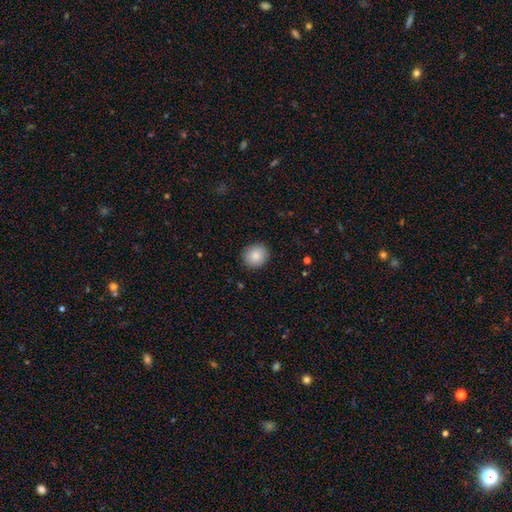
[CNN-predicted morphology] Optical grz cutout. It shows a smooth galaxy with no disk features (87%) that is round (82%). Merging: none (90%).